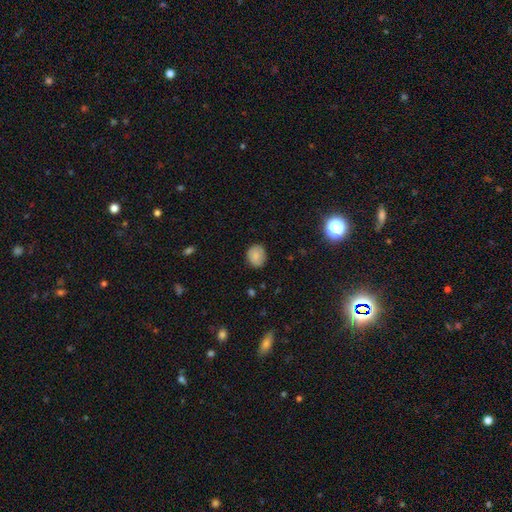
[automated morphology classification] This is clearly a smooth galaxy (83%). How rounded: likely round (67%). Merging: clearly none (83%).